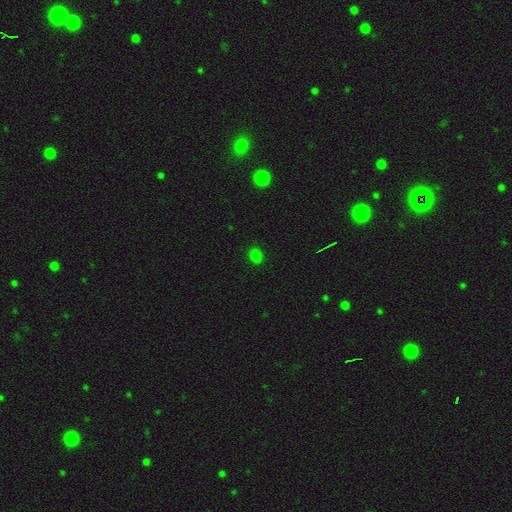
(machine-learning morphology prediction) smooth-or-featured: smooth: 79% | star or artifact: 17% | featured or disk: 4%
  how-rounded: round: 66% | in between: 33% | cigar-shaped: 1%
  merging: none: 90% | minor disturbance: 7% | major disturbance: 2% | merger: 1%